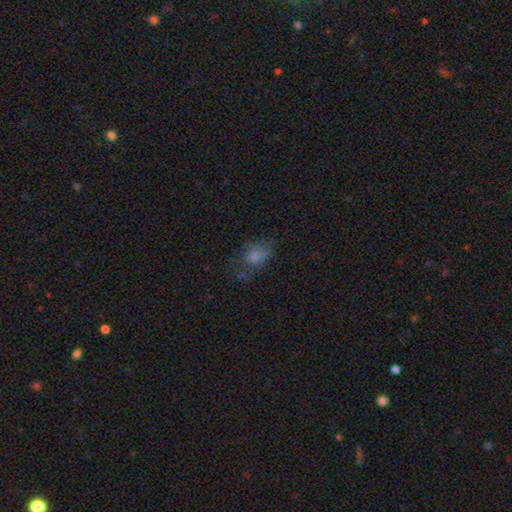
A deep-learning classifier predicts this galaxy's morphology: This appears to be a smooth galaxy with no disk features (67%) that is in between round and cigar-shaped (77%). Merging: none (44%).